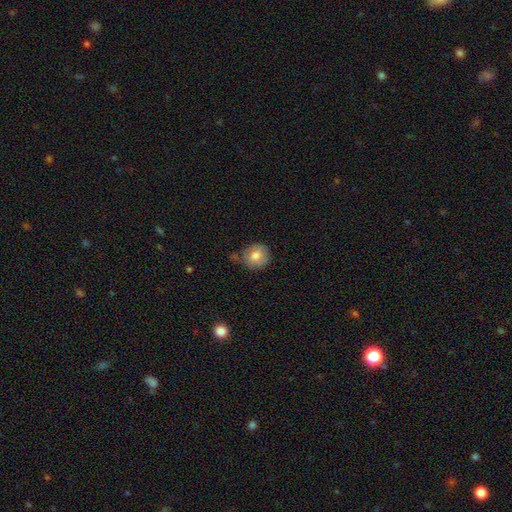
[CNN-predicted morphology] smooth_or_featured: smooth (p=0.74) [alt: featured or disk p=0.19]
how_rounded: round (p=0.81) [alt: in between p=0.18]
merging: none (p=0.66) [alt: minor disturbance p=0.24]